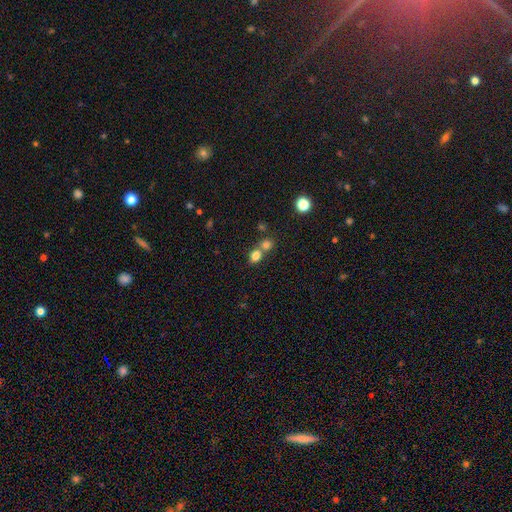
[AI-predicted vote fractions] The model was most divided on "merging": merger: 53%, none: 38%, minor disturbance: 6%, major disturbance: 3%. More confident: smooth or featured — smooth (79%); how rounded — round (58%).